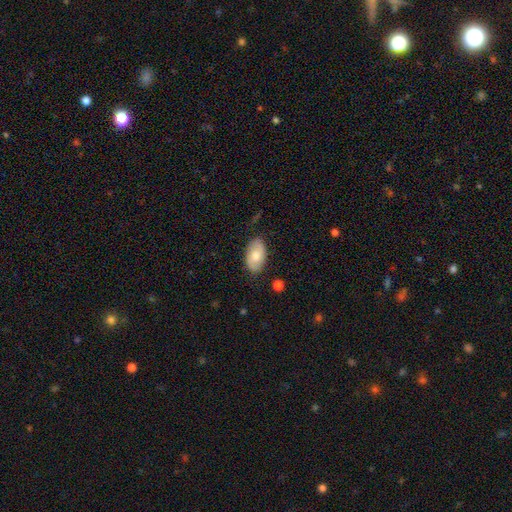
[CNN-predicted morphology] smooth_or_featured: smooth (p=0.70) [alt: featured or disk p=0.24]
how_rounded: in between (p=0.94) [alt: round p=0.05]
merging: none (p=0.81) [alt: minor disturbance p=0.14]